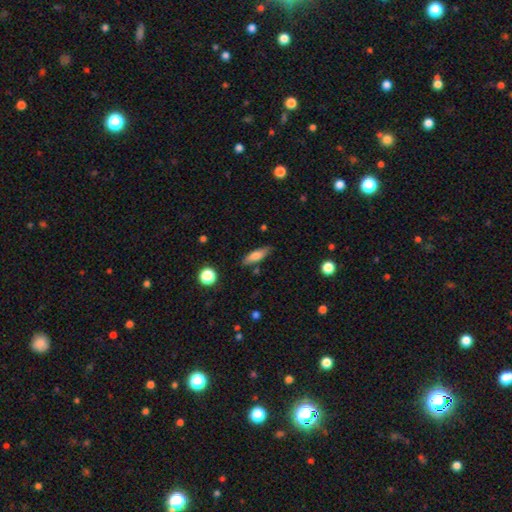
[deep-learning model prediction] Overall: smooth (70%). How rounded: cigar-shaped (50%; in between 47%). Merging: none (81%).